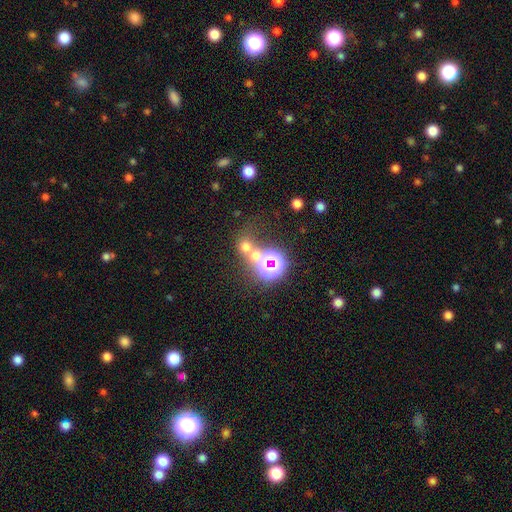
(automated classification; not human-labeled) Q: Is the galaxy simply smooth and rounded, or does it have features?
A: smooth — 50%.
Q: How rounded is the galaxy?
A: round — 80%.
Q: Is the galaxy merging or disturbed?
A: none — 53%.